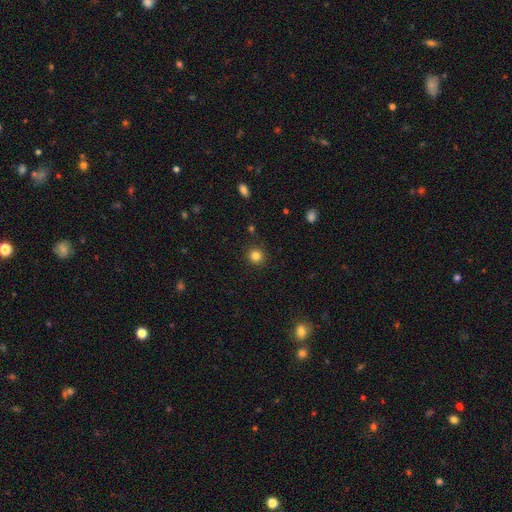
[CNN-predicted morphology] smooth 83%, star or artifact 13%, featured or disk 5%. Down the decision tree: how rounded — round (93%); merging — none (91%).